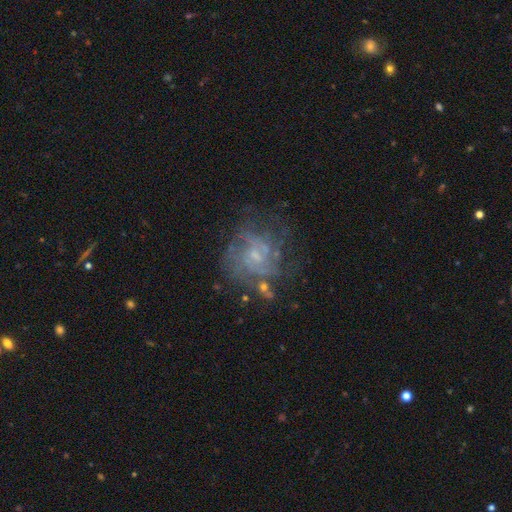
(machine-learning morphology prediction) featured or disk 74%, smooth 15%, star or artifact 11%. Down the decision tree: edge-on disk — no (98%); bar — no (65%); spiral arms — yes (78%); spiral arm count — can't tell (49%); spiral winding — tight (49%); bulge size — small (60%); merging — none (60%).